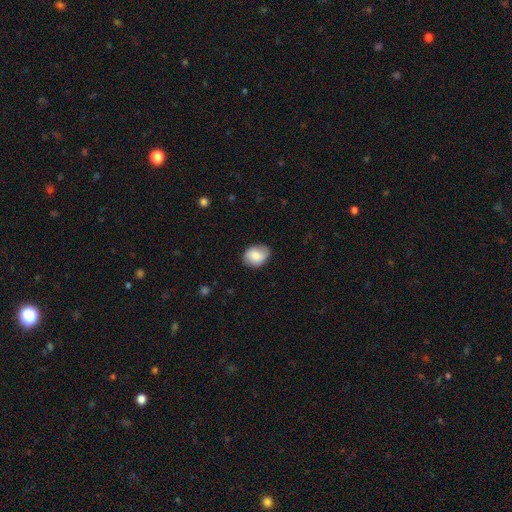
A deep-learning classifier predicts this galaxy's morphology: Smooth or featured: smooth — 76% (featured or disk — 16%)
How rounded: in between — 53% (round — 46%)
Merging: none — 79% (minor disturbance — 17%)